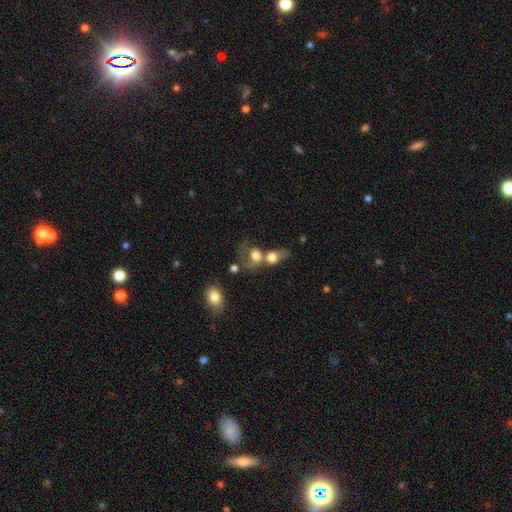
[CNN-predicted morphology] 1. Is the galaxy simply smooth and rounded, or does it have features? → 57% smooth, 32% featured or disk, 11% star or artifact.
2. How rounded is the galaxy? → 55% round, 43% in between, 2% cigar-shaped.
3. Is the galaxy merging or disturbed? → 65% merger, 14% major disturbance, 14% none, 7% minor disturbance.